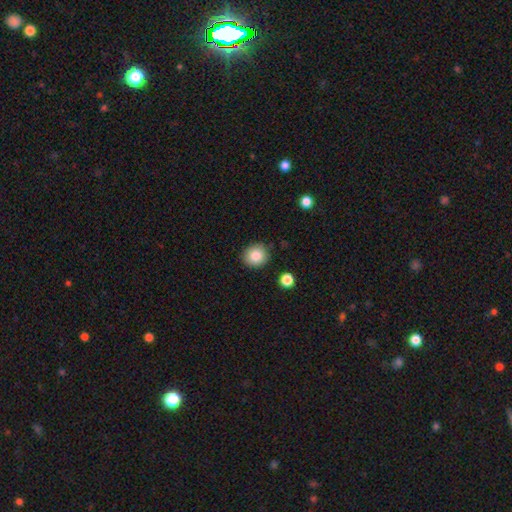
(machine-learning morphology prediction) Smooth or featured?
  - smooth: 85% *
  - star or artifact: 9%
  - featured or disk: 6%
How rounded?
  - round: 84% *
  - in between: 15%
  - cigar-shaped: 1%
Merging?
  - none: 87% *
  - minor disturbance: 9%
  - major disturbance: 2%
  - merger: 2%